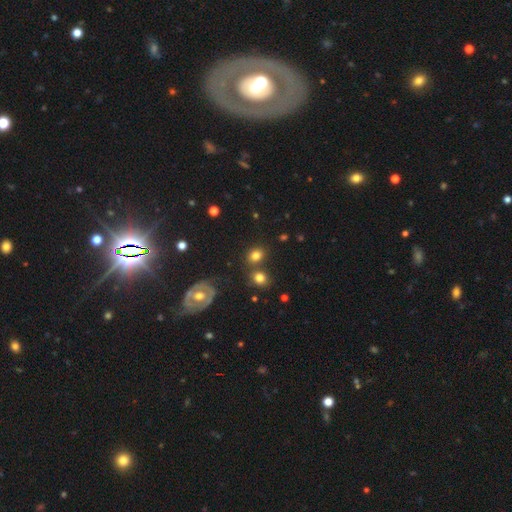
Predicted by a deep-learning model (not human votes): smooth 77%, star or artifact 12%, featured or disk 11%. Down the decision tree: how rounded — round (60%); merging — none (70%).